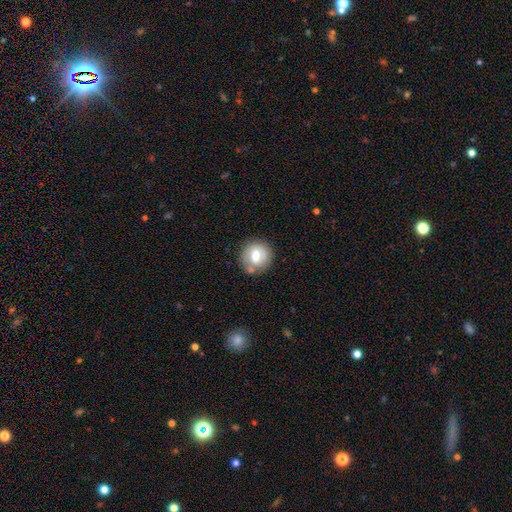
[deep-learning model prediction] This appears to be a smooth galaxy with no disk features (64%) that is round (85%). Merging: none (71%).